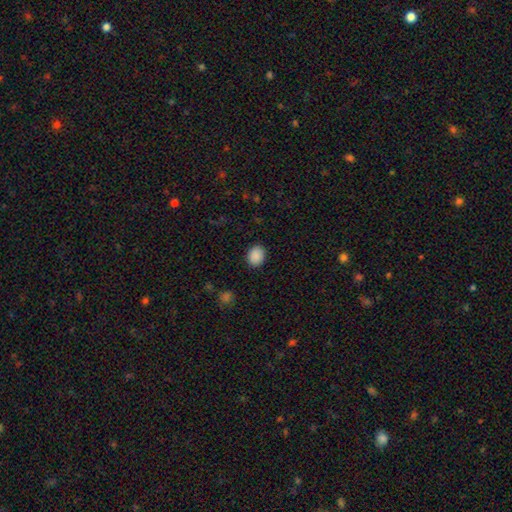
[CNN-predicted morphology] smooth_or_featured: smooth (p=0.89) [alt: star or artifact p=0.08]
how_rounded: in between (p=0.51) [alt: round p=0.48]
merging: none (p=0.89) [alt: minor disturbance p=0.08]